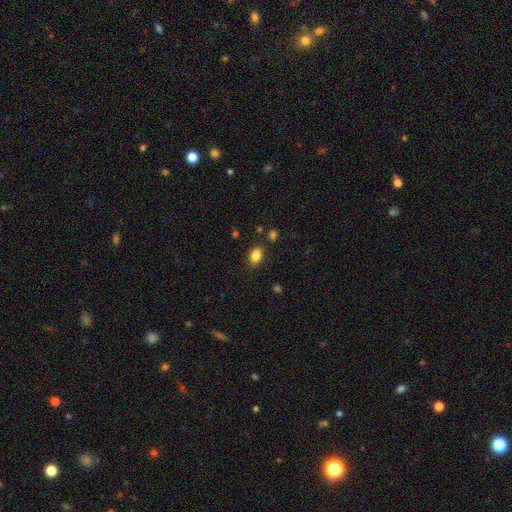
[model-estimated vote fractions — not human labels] smooth 84%, star or artifact 10%, featured or disk 6%. Down the decision tree: how rounded — in between (83%); merging — none (82%).